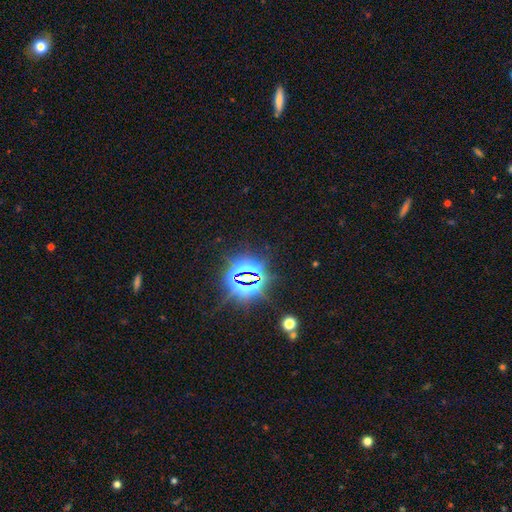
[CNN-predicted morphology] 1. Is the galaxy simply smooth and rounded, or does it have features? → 83% star or artifact, 11% smooth, 7% featured or disk.